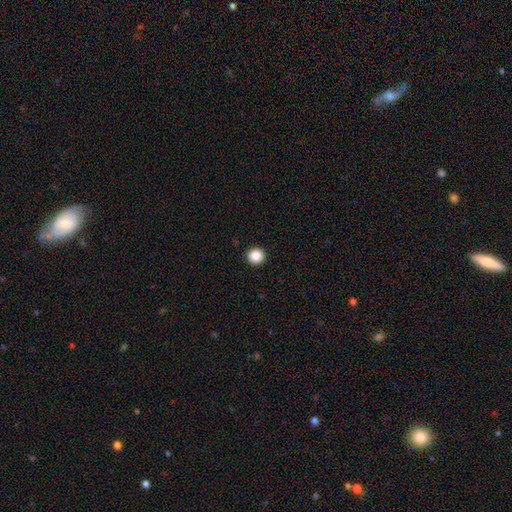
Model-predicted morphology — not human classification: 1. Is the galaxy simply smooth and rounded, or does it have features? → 87% smooth, 10% star or artifact, 3% featured or disk.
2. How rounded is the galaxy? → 95% round, 4% in between, 1% cigar-shaped.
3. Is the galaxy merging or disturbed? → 93% none, 4% minor disturbance, 1% major disturbance, 1% merger.